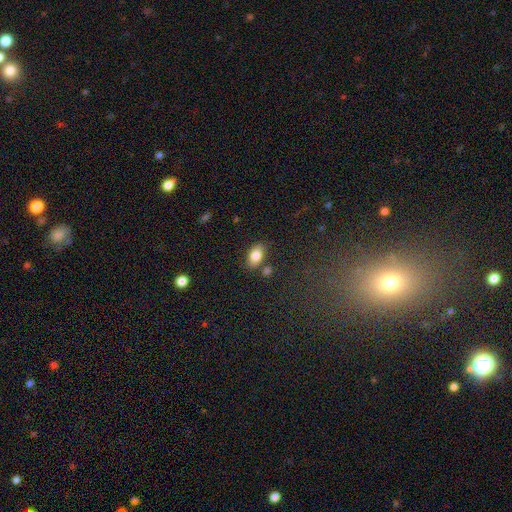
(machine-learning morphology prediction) A smooth galaxy with no disk features (84%) that is in between round and cigar-shaped (90%). Merging: none (77%).